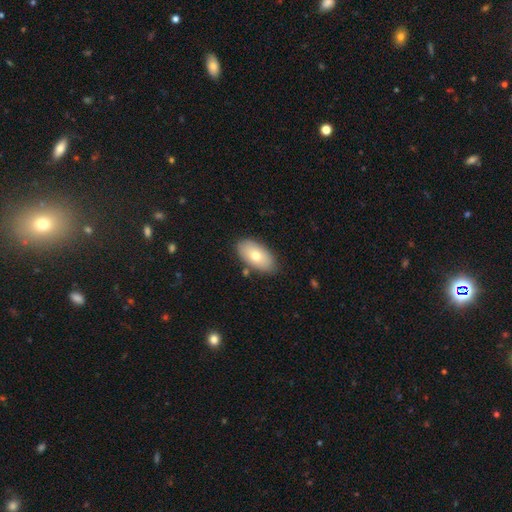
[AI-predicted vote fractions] smooth-or-featured: smooth: 72% | featured or disk: 21% | star or artifact: 7%
  how-rounded: in between: 94% | round: 4% | cigar-shaped: 3%
  merging: none: 83% | minor disturbance: 12% | merger: 3% | major disturbance: 3%